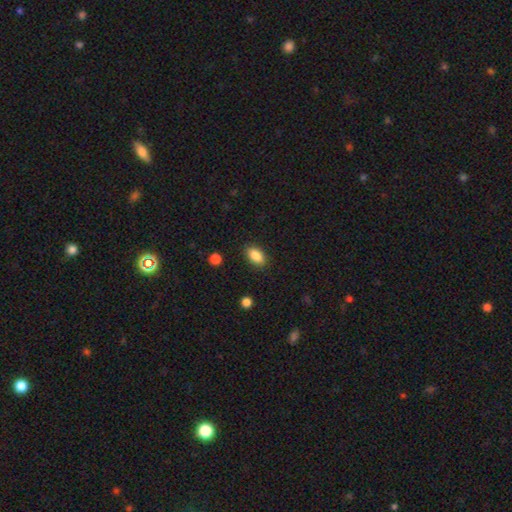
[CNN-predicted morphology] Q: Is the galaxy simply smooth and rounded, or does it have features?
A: smooth — 87%.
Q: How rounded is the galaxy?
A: in between — 90%.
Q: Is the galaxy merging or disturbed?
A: none — 87%.